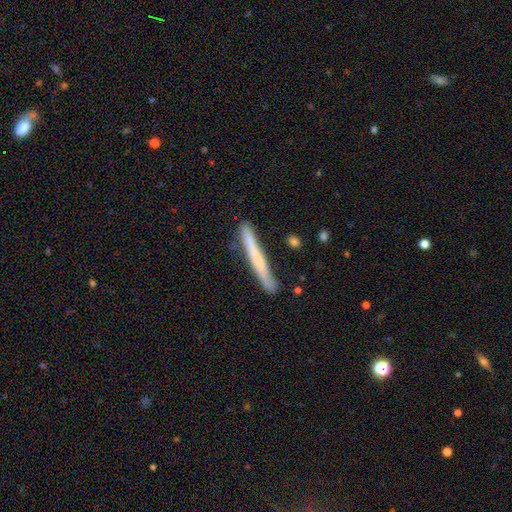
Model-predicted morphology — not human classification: A smooth galaxy with no disk features (58%) that is cigar-shaped (97%). Merging: none (84%).